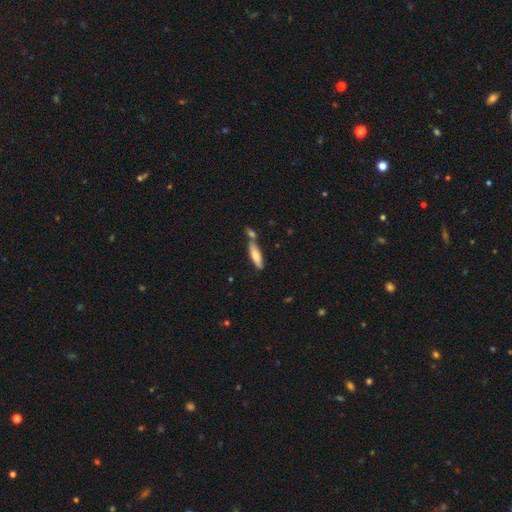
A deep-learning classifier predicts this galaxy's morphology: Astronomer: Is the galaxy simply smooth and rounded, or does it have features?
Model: smooth — 68%.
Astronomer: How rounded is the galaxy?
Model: cigar-shaped — 66%.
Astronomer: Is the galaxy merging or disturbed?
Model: none — 57%.